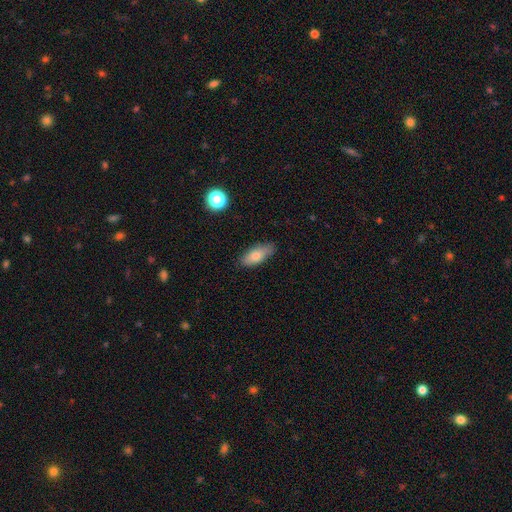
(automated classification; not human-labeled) Overall: smooth (78%). How rounded: in between (78%). Merging: none (80%).